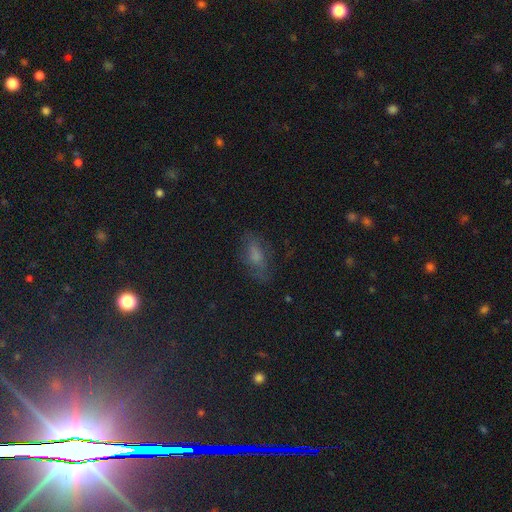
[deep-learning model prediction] smooth_or_featured: smooth (p=0.54) [alt: star or artifact p=0.23]
how_rounded: in between (p=0.80) [alt: cigar-shaped p=0.13]
merging: none (p=0.69) [alt: minor disturbance p=0.20]